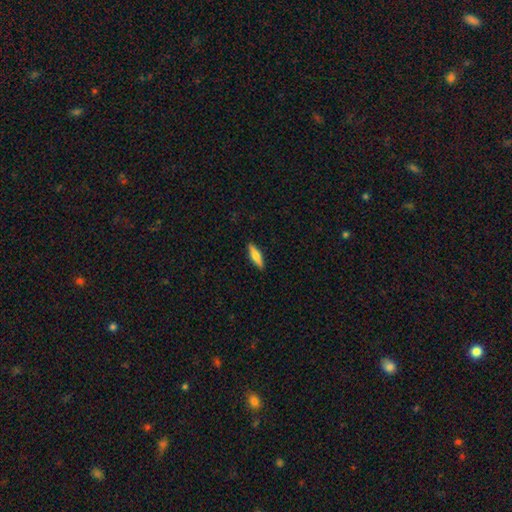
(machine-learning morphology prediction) Smooth or featured? Predicted: smooth (p=0.61). How rounded? Predicted: cigar-shaped (p=0.69). Merging? Predicted: none (p=0.90).